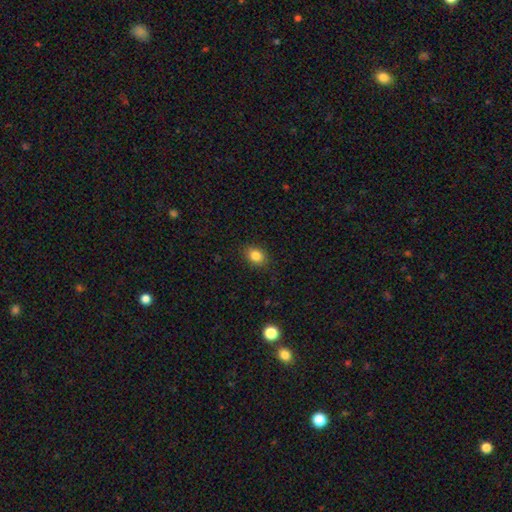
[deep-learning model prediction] Smooth or featured: smooth — 84% (star or artifact — 10%)
How rounded: in between — 62% (round — 37%)
Merging: none — 86% (minor disturbance — 10%)